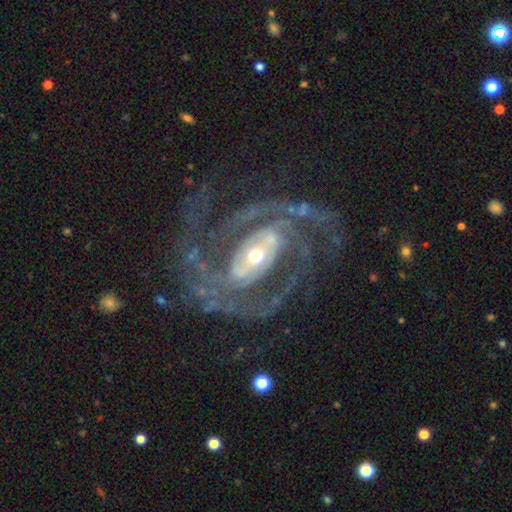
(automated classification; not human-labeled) Q: Smooth or featured?
A: featured or disk (92%); runner-up: star or artifact (4%)
Q: Edge-on disk?
A: no (97%); runner-up: yes (3%)
Q: Bar?
A: no (35%); runner-up: weak (34%)
Q: Spiral arms?
A: yes (96%); runner-up: no (4%)
Q: Spiral winding?
A: tight (45%); runner-up: medium (41%)
Q: Spiral arm count?
A: 2 (43%); runner-up: 3 (17%)
Q: Bulge size?
A: moderate (53%); runner-up: small (39%)
Q: Merging?
A: none (67%); runner-up: major disturbance (15%)